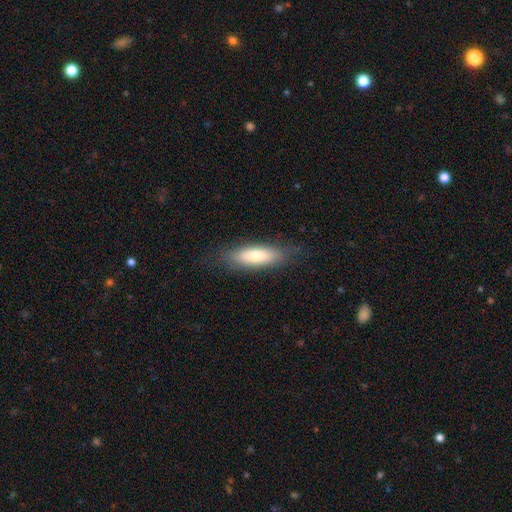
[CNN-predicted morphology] Q: Smooth or featured?
A: smooth (72%); runner-up: featured or disk (22%)
Q: How rounded?
A: in between (54%); runner-up: cigar-shaped (44%)
Q: Merging?
A: none (80%); runner-up: minor disturbance (14%)